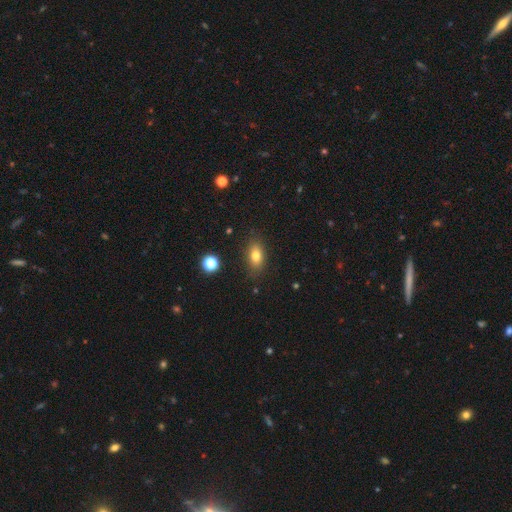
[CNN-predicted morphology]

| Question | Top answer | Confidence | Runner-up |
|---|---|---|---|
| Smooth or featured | smooth | 77% | featured or disk (12%) |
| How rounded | in between | 82% | round (12%) |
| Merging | none | 85% | minor disturbance (10%) |